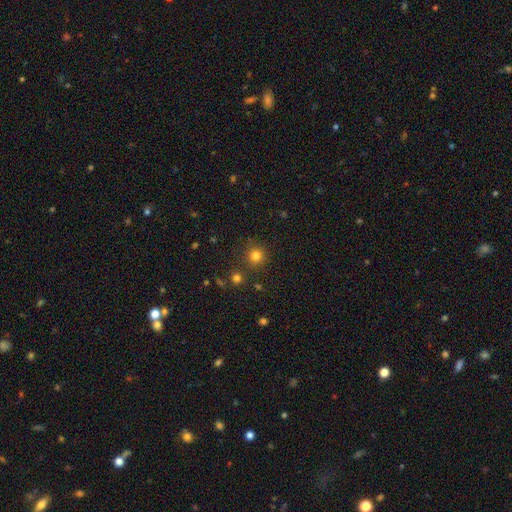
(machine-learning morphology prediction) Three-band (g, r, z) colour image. It shows a smooth galaxy with no disk features (79%) that is round (93%). Merging: none (84%).